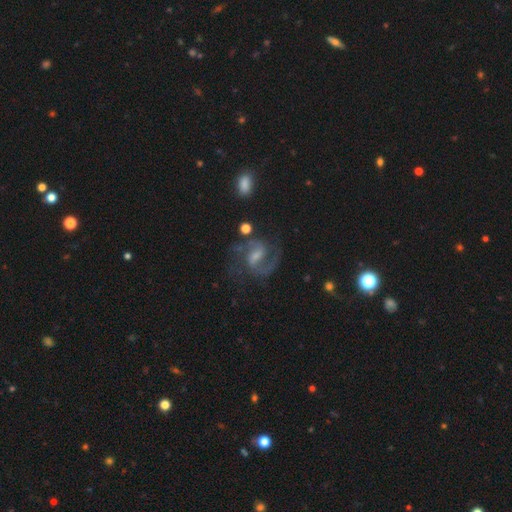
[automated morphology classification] A featured or disk galaxy (86%) with a weak bar (55%), 2 (87%) medium (60%) spiral arms (97%) and a small central bulge (39%). Merging: none (70%).